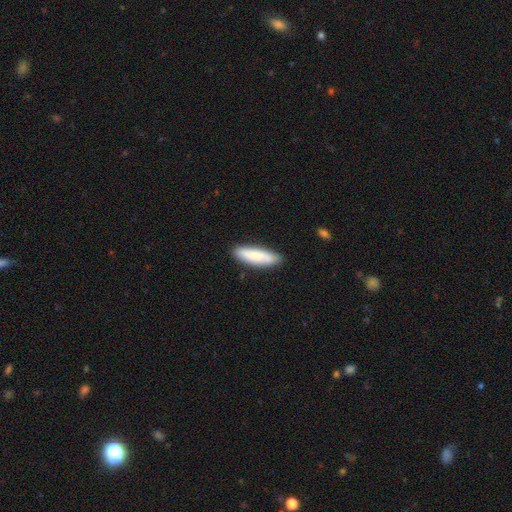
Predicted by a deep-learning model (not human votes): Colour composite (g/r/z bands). It shows a smooth galaxy with no disk features (80%) that is cigar-shaped (62%). Merging: none (85%).